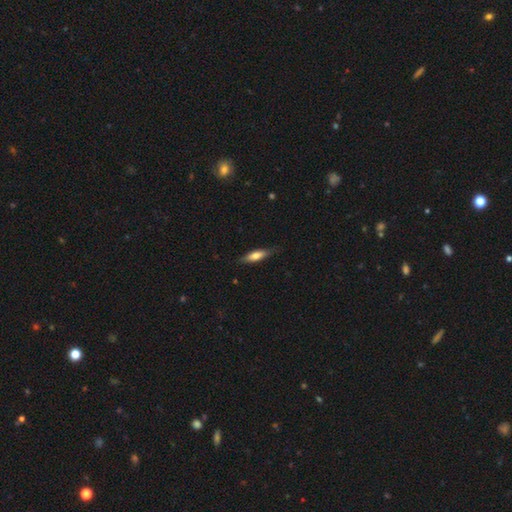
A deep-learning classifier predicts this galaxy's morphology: A smooth galaxy with no disk features (63%) that is cigar-shaped (58%).

Vote fractions:
- Smooth or featured? smooth: 63% / featured or disk: 31% / star or artifact: 6%
- How rounded? cigar-shaped: 58% / in between: 39% / round: 2%
- Merging? none: 79% / minor disturbance: 17% / major disturbance: 3% / merger: 1%